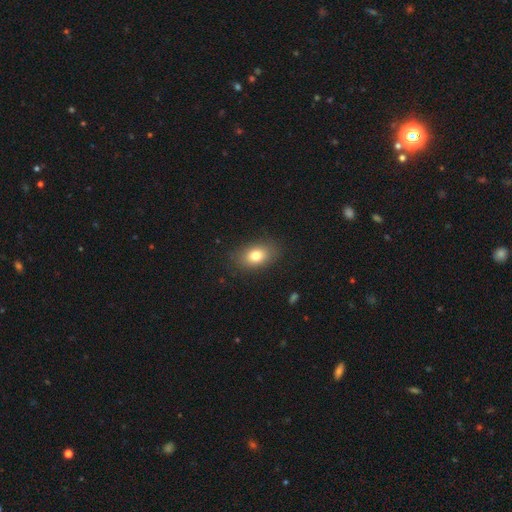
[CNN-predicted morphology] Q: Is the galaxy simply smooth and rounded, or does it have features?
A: smooth — 78%.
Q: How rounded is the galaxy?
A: in between — 80%.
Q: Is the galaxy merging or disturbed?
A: none — 85%.